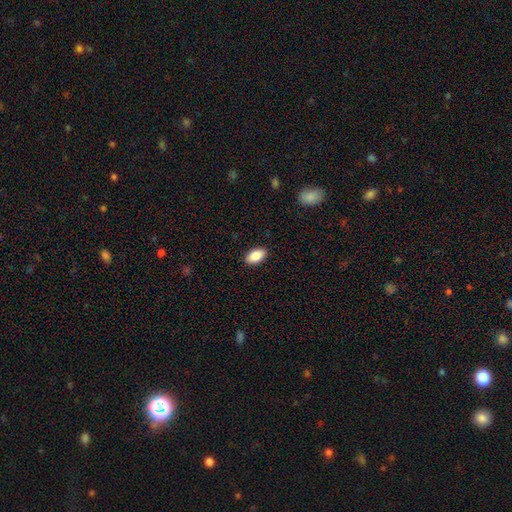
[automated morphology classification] type=smooth (86%); roundness=in between (93%); merging=none (90%).